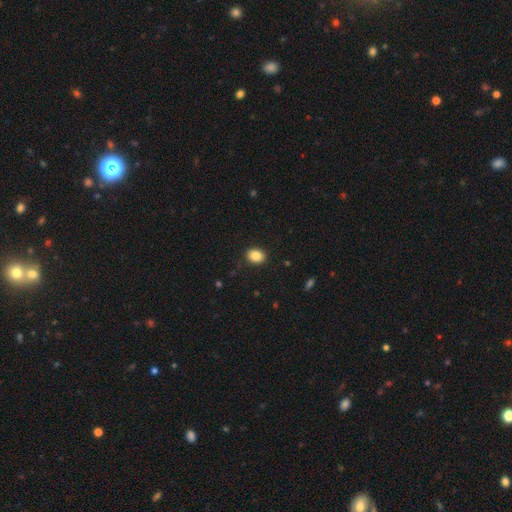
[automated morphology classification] smooth-or-featured: smooth: 86% | star or artifact: 9% | featured or disk: 5%
  how-rounded: in between: 53% | round: 46% | cigar-shaped: 1%
  merging: none: 90% | minor disturbance: 7% | major disturbance: 2% | merger: 1%